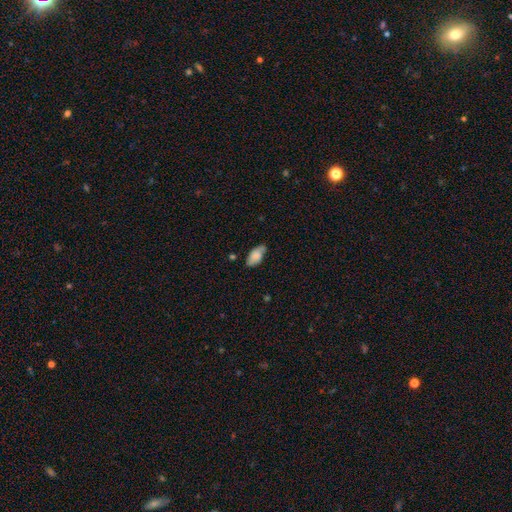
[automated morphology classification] This appears to be a smooth galaxy with no disk features (77%) that is in between round and cigar-shaped (92%). Merging: none (61%).